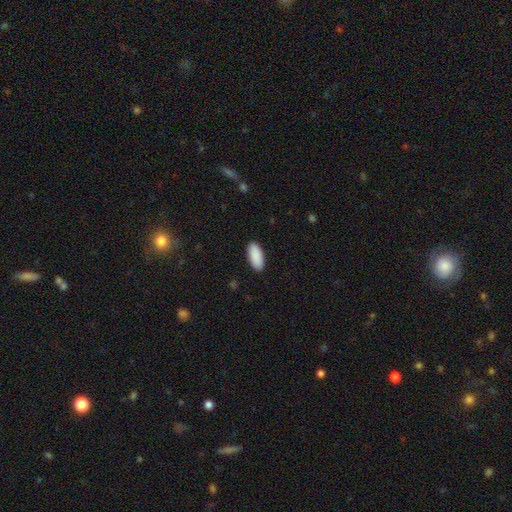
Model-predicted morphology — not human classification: Smooth or featured: smooth — 91% (star or artifact — 5%)
How rounded: in between — 85% (cigar-shaped — 13%)
Merging: none — 90% (minor disturbance — 7%)